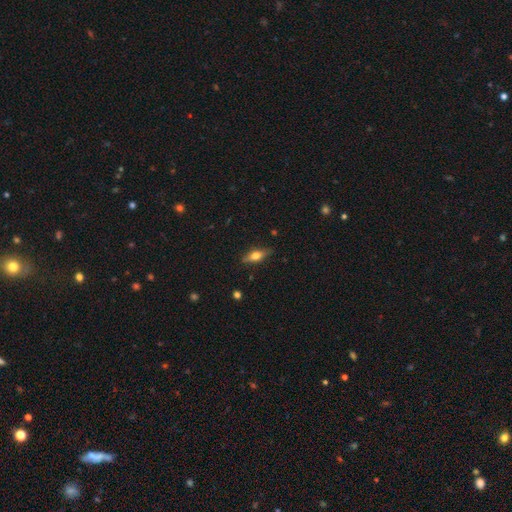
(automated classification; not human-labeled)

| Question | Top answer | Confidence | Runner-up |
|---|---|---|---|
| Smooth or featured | smooth | 57% | featured or disk (36%) |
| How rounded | in between | 62% | cigar-shaped (34%) |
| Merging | none | 82% | minor disturbance (14%) |